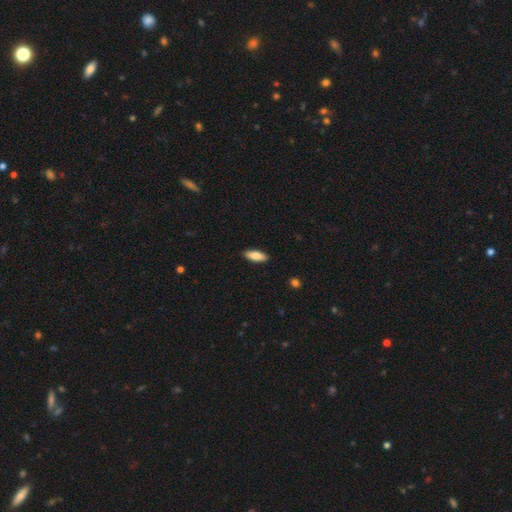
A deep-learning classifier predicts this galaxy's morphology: A smooth galaxy with no disk features (85%) that is in between round and cigar-shaped (71%). Merging: none (90%).